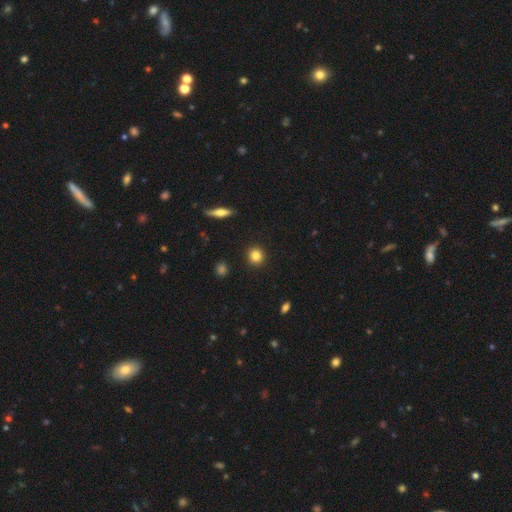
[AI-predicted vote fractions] This is clearly a smooth galaxy (84%). How rounded: clearly round (91%). Merging: clearly none (92%).